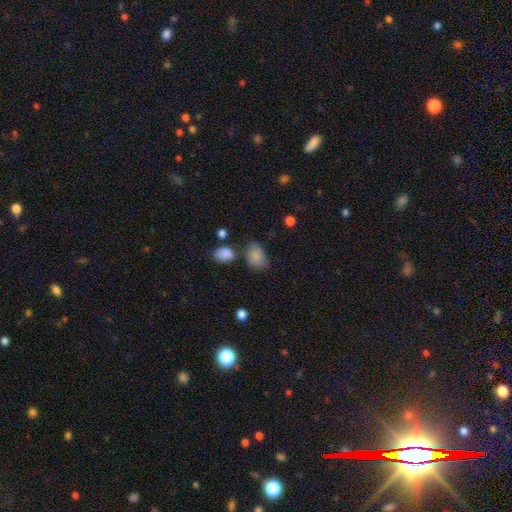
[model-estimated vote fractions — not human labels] Q: Smooth or featured?
A: smooth (84%); runner-up: star or artifact (9%)
Q: How rounded?
A: in between (82%); runner-up: round (16%)
Q: Merging?
A: none (61%); runner-up: minor disturbance (23%)